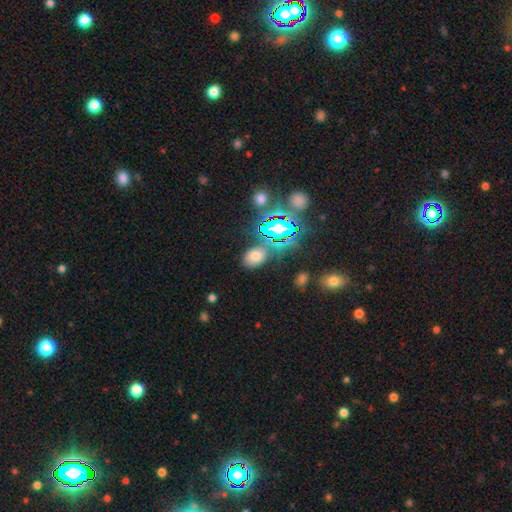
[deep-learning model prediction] This appears to be a smooth galaxy with no disk features (62%) that is in between round and cigar-shaped (75%). Merging: none (73%).